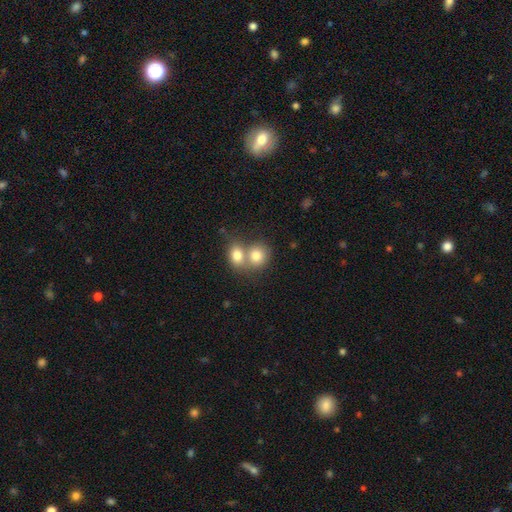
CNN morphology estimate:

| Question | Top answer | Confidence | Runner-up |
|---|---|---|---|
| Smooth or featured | smooth | 79% | featured or disk (12%) |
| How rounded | round | 71% | in between (28%) |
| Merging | merger | 62% | none (30%) |